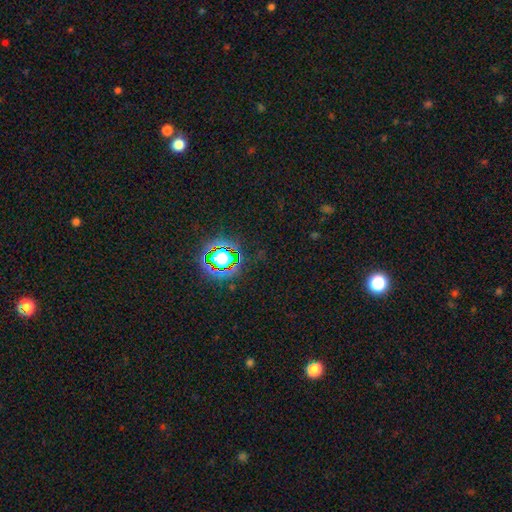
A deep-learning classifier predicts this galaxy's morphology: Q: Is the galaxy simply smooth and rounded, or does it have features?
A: star or artifact — 78%.